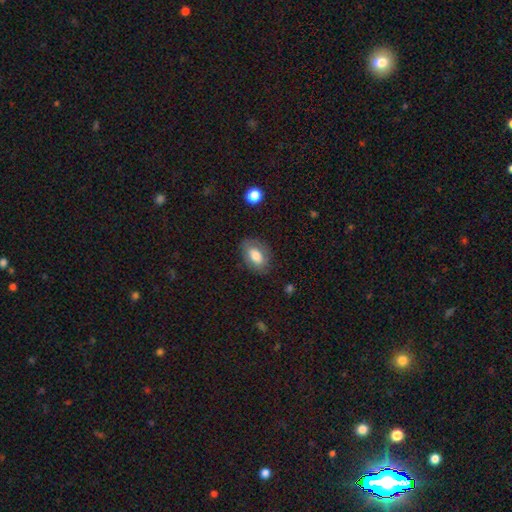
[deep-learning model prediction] Smooth or featured?
  - smooth: 67% *
  - featured or disk: 25%
  - star or artifact: 7%
How rounded?
  - in between: 88% *
  - round: 11%
  - cigar-shaped: 2%
Merging?
  - none: 77% *
  - minor disturbance: 16%
  - major disturbance: 6%
  - merger: 1%